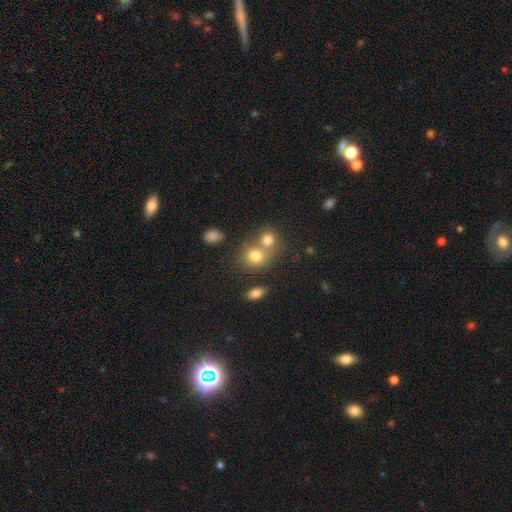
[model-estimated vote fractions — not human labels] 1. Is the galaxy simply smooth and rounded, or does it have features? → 77% smooth, 13% star or artifact, 10% featured or disk.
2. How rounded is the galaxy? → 74% round, 25% in between, 1% cigar-shaped.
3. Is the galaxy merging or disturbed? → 47% merger, 41% none, 8% minor disturbance, 4% major disturbance.